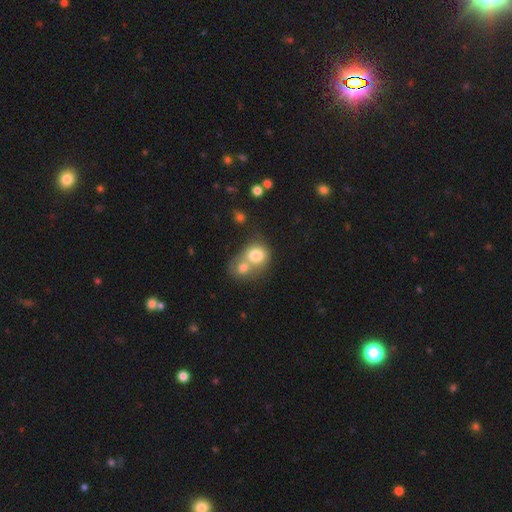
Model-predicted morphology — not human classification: A smooth galaxy with no disk features (75%) that is round (69%). Merging: merger (69%).